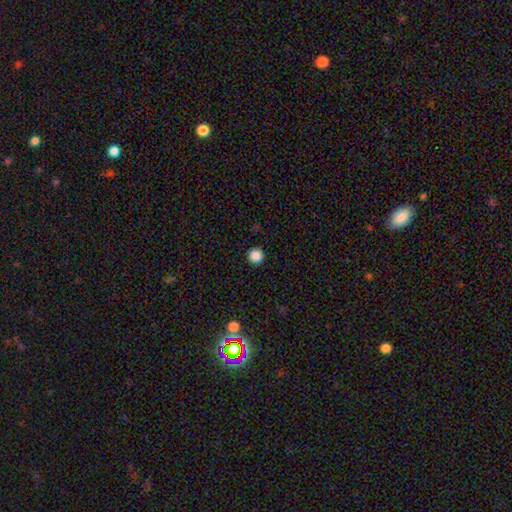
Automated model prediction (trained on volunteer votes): Overall: smooth (86%). How rounded: round (97%). Merging: none (94%).